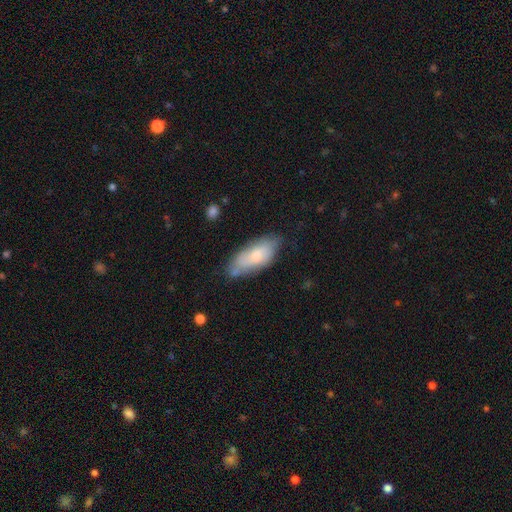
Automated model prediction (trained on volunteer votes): Smooth or featured: smooth — 68% (featured or disk — 25%)
How rounded: in between — 82% (cigar-shaped — 16%)
Merging: none — 61% (minor disturbance — 28%)